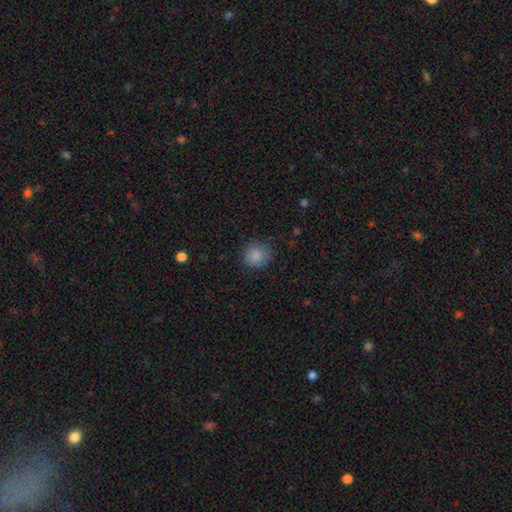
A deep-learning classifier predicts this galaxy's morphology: A smooth galaxy with no disk features (86%) that is round (85%).

Vote fractions:
- Smooth or featured? smooth: 86% / star or artifact: 9% / featured or disk: 4%
- How rounded? round: 85% / in between: 14% / cigar-shaped: 1%
- Merging? none: 82% / minor disturbance: 13% / major disturbance: 4% / merger: 1%